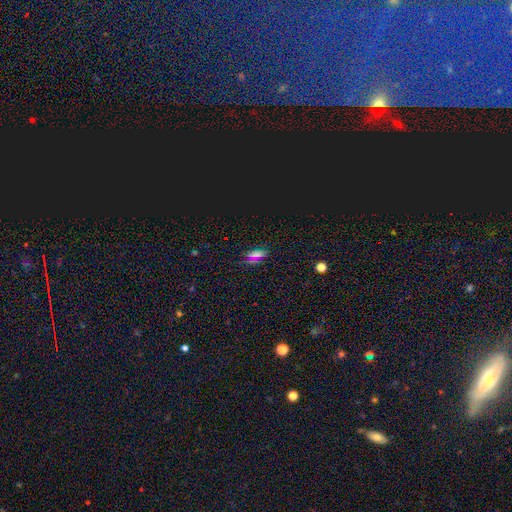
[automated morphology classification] This is possibly a smooth galaxy (52%). How rounded: likely in between (72%). Merging: likely none (80%).